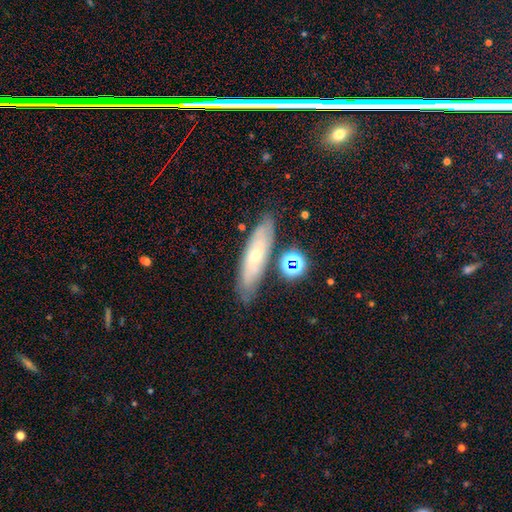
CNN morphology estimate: Smooth or featured? featured or disk (58%)
Edge-on disk? no (65%)
Merging? none (78%)